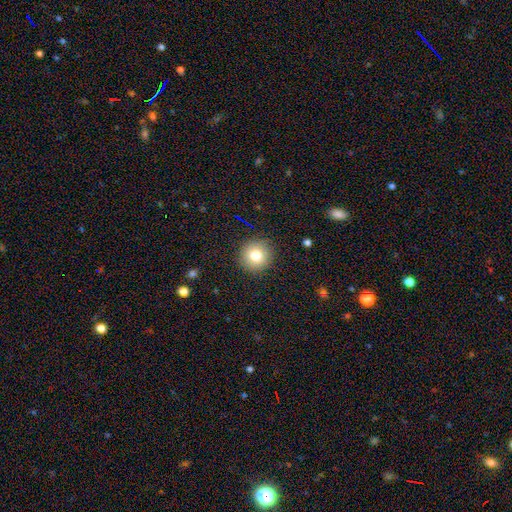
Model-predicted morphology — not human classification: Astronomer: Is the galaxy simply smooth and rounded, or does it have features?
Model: smooth — 79%.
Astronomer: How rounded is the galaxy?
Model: round — 94%.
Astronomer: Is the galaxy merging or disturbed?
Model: none — 91%.